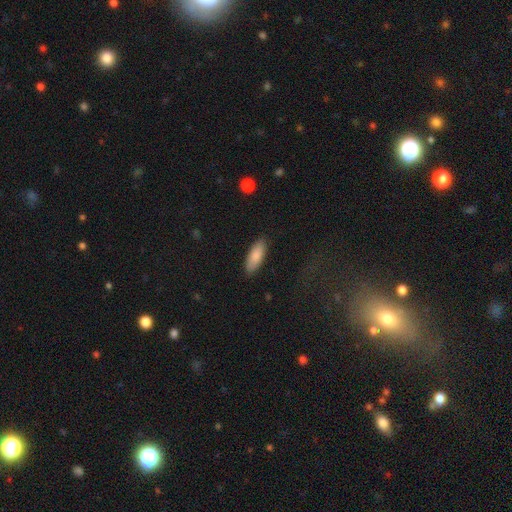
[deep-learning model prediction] Morphology: type=smooth (86%); roundness=in between (69%); merging=none (87%).